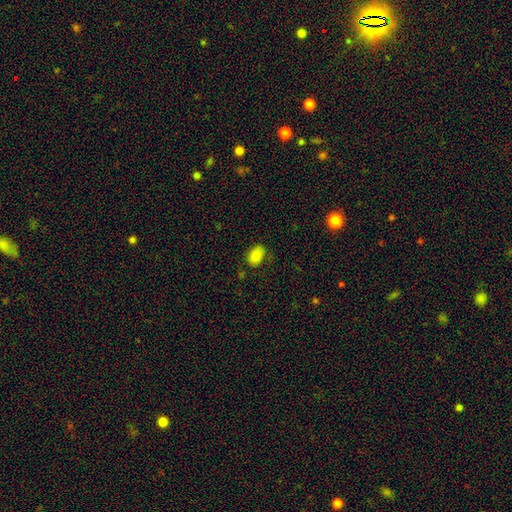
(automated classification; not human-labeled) smooth-or-featured: smooth: 85% | star or artifact: 10% | featured or disk: 5%
  how-rounded: in between: 85% | round: 14% | cigar-shaped: 1%
  merging: none: 71% | minor disturbance: 21% | major disturbance: 6% | merger: 2%